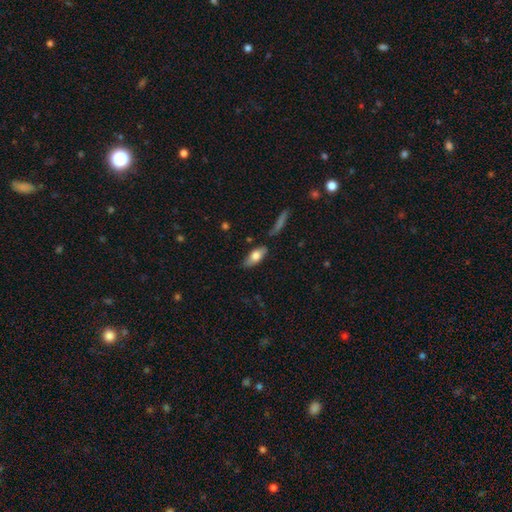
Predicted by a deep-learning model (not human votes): This is likely a smooth galaxy (70%). How rounded: clearly in between (82%). Merging: clearly none (80%).